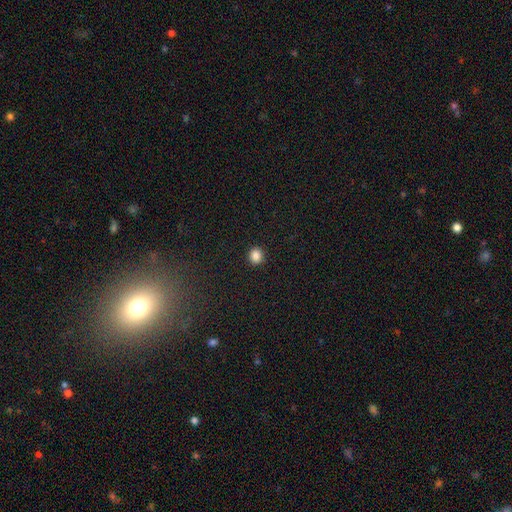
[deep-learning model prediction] This is clearly a smooth galaxy (86%). How rounded: likely round (78%). Merging: clearly none (91%).